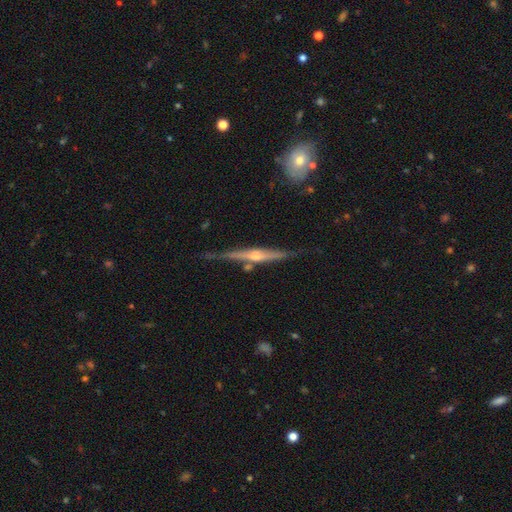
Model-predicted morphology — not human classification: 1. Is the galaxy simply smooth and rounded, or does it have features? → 82% featured or disk, 12% smooth, 6% star or artifact.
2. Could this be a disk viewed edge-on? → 97% yes, 3% no.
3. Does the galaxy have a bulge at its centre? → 83% rounded, 9% none, 8% boxy.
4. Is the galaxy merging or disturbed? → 78% none, 14% minor disturbance, 5% merger, 3% major disturbance.